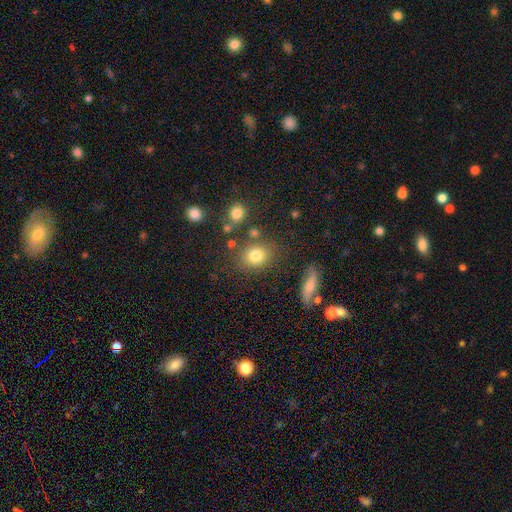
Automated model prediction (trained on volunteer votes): A smooth galaxy with no disk features (79%) that is round (61%). Merging: none (75%).